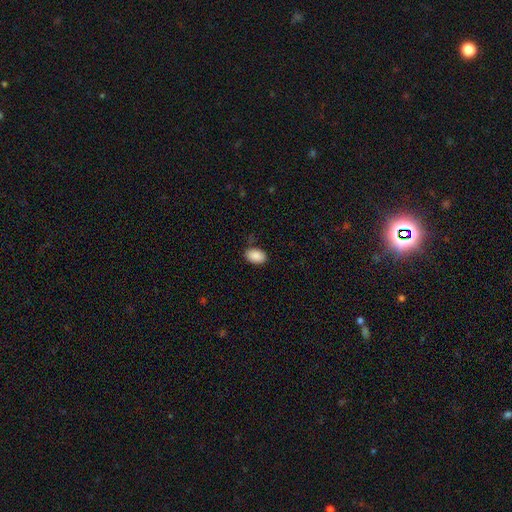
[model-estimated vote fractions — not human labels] This is clearly a smooth galaxy (90%). How rounded: clearly in between (90%). Merging: clearly none (85%).